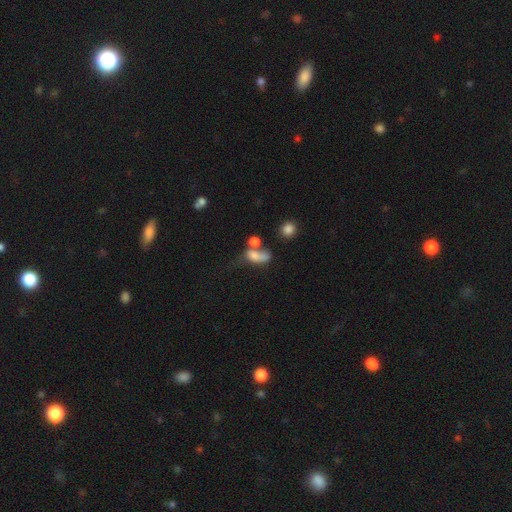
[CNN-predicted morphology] Smooth or featured?
  - smooth: 66% *
  - featured or disk: 21%
  - star or artifact: 13%
How rounded?
  - in between: 75% *
  - round: 16%
  - cigar-shaped: 9%
Merging?
  - merger: 39% *
  - major disturbance: 25%
  - none: 21%
  - minor disturbance: 15%